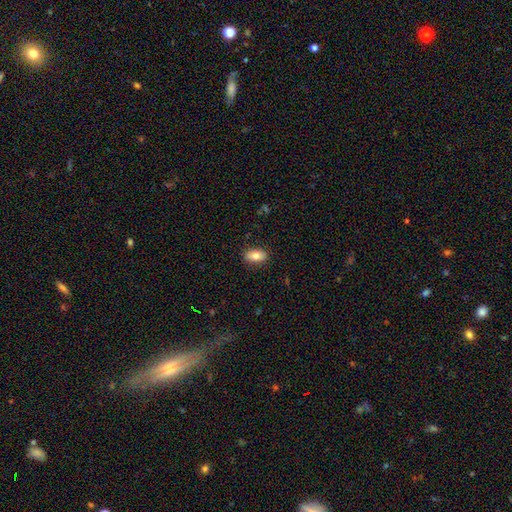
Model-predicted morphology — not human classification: Q: Smooth or featured?
A: smooth (78%); runner-up: featured or disk (14%)
Q: How rounded?
A: in between (89%); runner-up: round (6%)
Q: Merging?
A: none (87%); runner-up: minor disturbance (10%)